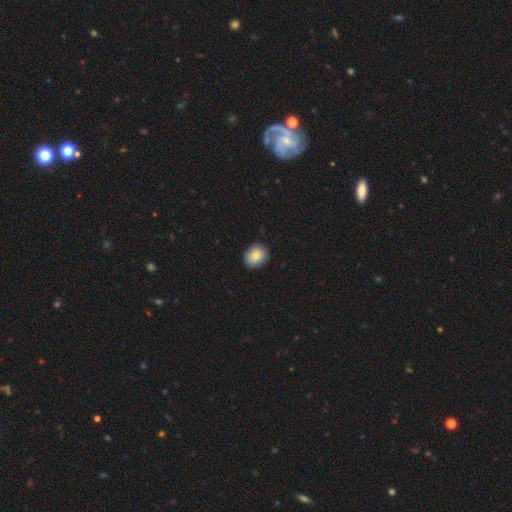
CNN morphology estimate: This appears to be a smooth galaxy with no disk features (86%) that is round (61%). Merging: none (88%).